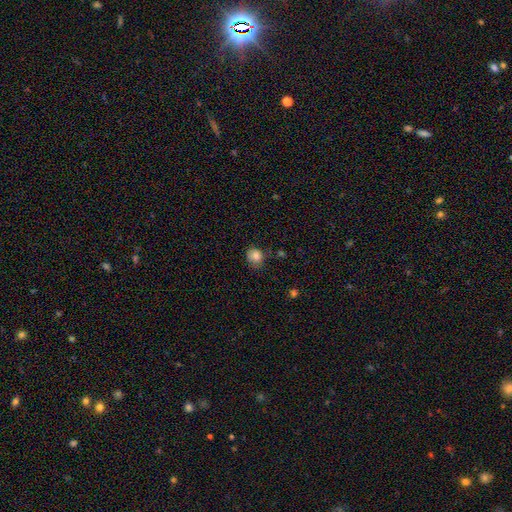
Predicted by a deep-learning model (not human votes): Smooth or featured?
  - smooth: 80% *
  - star or artifact: 10%
  - featured or disk: 9%
How rounded?
  - round: 66% *
  - in between: 34%
  - cigar-shaped: 1%
Merging?
  - none: 62% *
  - minor disturbance: 27%
  - major disturbance: 8%
  - merger: 3%